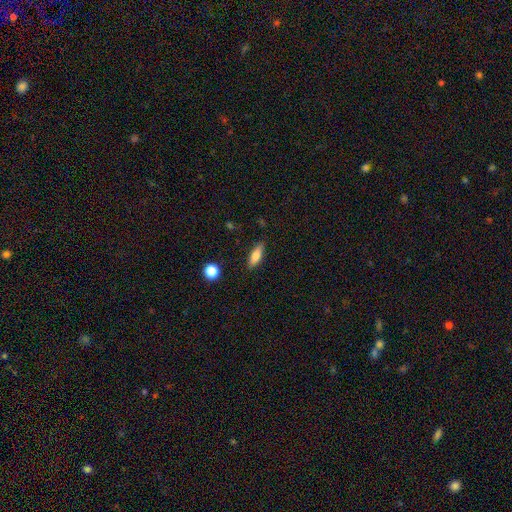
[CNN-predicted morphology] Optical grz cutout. It shows a smooth galaxy with no disk features (75%) that is in between round and cigar-shaped (58%). Merging: none (85%).